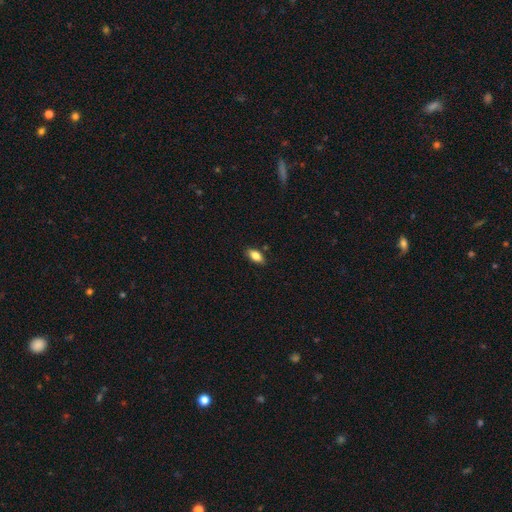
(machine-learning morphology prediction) This is clearly a smooth galaxy (82%). How rounded: clearly in between (88%). Merging: clearly none (84%).